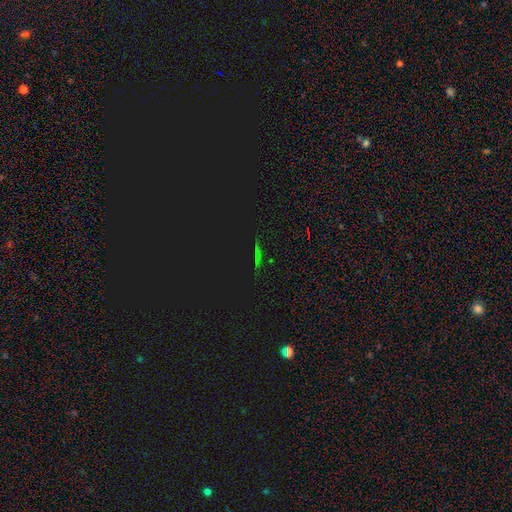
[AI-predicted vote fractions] smooth-or-featured: star or artifact: 64% | smooth: 21% | featured or disk: 15%